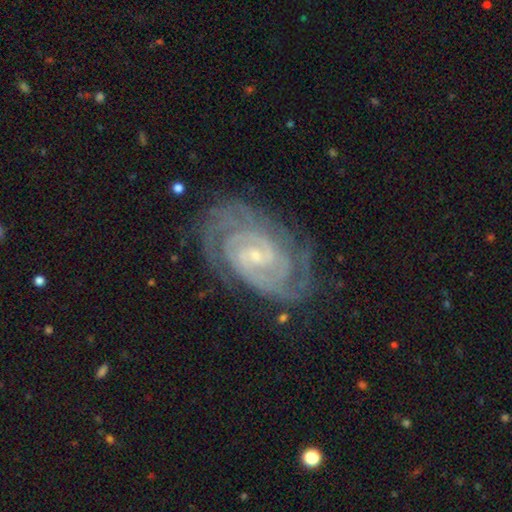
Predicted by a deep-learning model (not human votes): A featured or disk galaxy (90%) with no bar (41%), 2 (41%) tight (79%) spiral arms (98%) and a small central bulge (80%). Merging: none (78%).